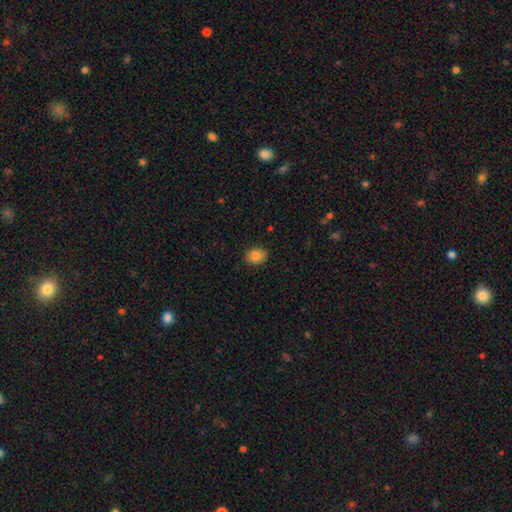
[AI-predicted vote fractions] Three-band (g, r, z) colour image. It shows a smooth galaxy with no disk features (84%) that is in between round and cigar-shaped (56%). Merging: none (89%).